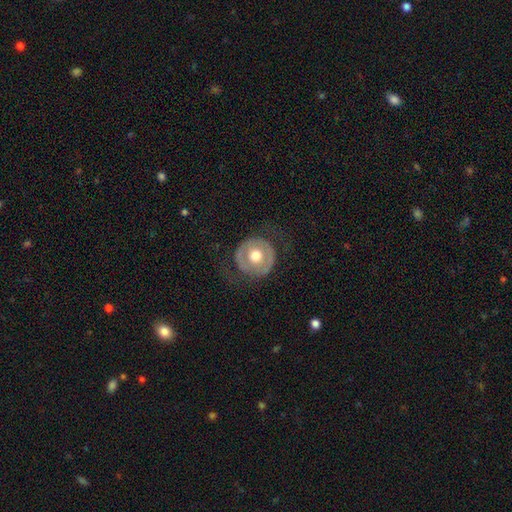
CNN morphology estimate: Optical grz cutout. It shows a featured or disk galaxy (52%). Merging: none (72%).